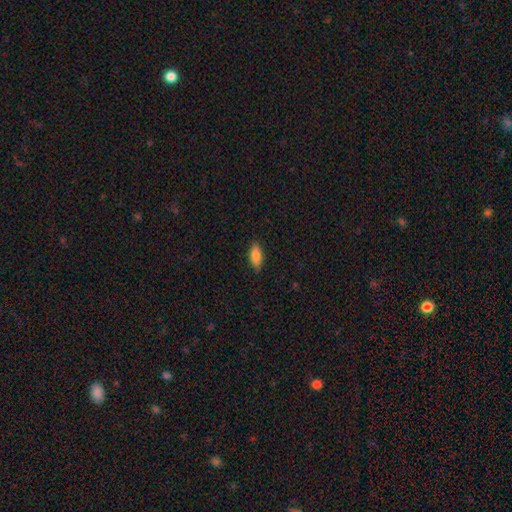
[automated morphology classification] Smooth or featured?
  - smooth: 84% *
  - featured or disk: 10%
  - star or artifact: 7%
How rounded?
  - in between: 77% *
  - cigar-shaped: 21%
  - round: 2%
Merging?
  - none: 86% *
  - minor disturbance: 11%
  - major disturbance: 2%
  - merger: 1%